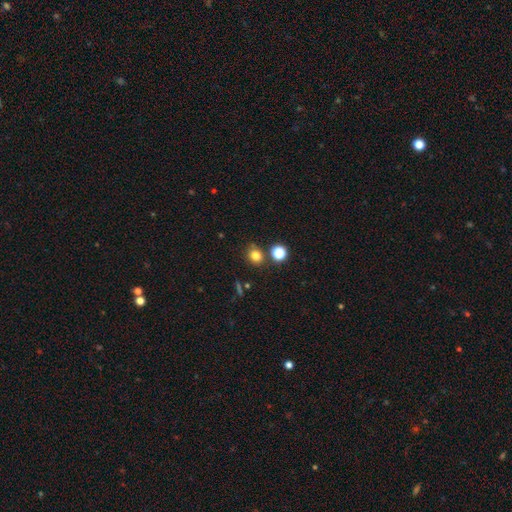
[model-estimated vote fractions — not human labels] Smooth or featured?
  - smooth: 78% *
  - star or artifact: 16%
  - featured or disk: 6%
How rounded?
  - round: 75% *
  - in between: 24%
  - cigar-shaped: 1%
Merging?
  - none: 76% *
  - minor disturbance: 11%
  - merger: 9%
  - major disturbance: 3%